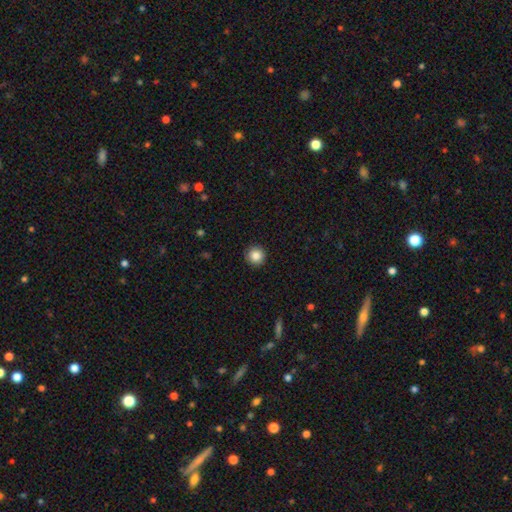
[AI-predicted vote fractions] This is clearly a smooth galaxy (86%). How rounded: clearly round (96%). Merging: clearly none (92%).